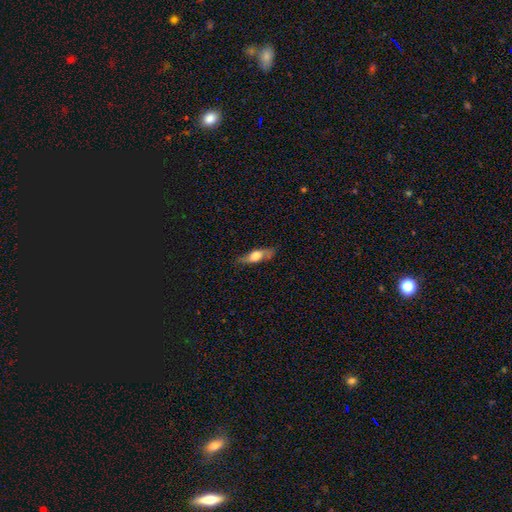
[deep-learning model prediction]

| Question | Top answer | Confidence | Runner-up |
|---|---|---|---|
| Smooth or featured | smooth | 50% | featured or disk (43%) |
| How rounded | in between | 49% | cigar-shaped (46%) |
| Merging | none | 74% | minor disturbance (19%) |